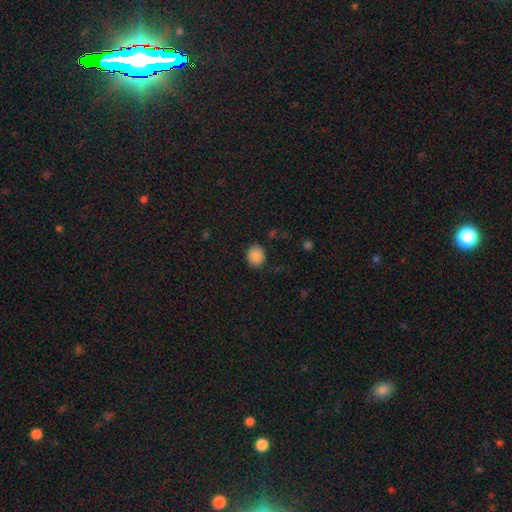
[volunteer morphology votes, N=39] Smooth or featured? 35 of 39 (90%) said smooth. How rounded? 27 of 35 (77%) said round. Merging? 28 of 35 (80%) said none.